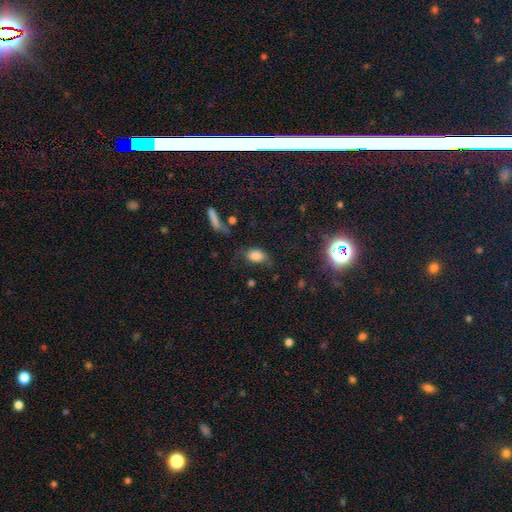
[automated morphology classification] Overall: smooth (77%). How rounded: in between (86%). Merging: none (46%; minor disturbance 28%).